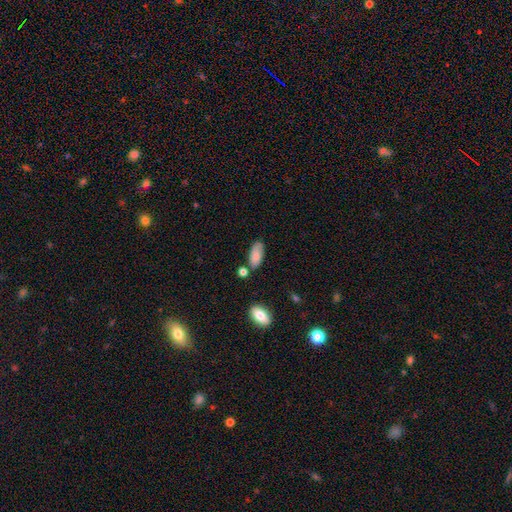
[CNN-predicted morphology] smooth_or_featured: smooth (p=0.83) [alt: featured or disk p=0.10]
how_rounded: in between (p=0.85) [alt: cigar-shaped p=0.12]
merging: none (p=0.70) [alt: minor disturbance p=0.19]